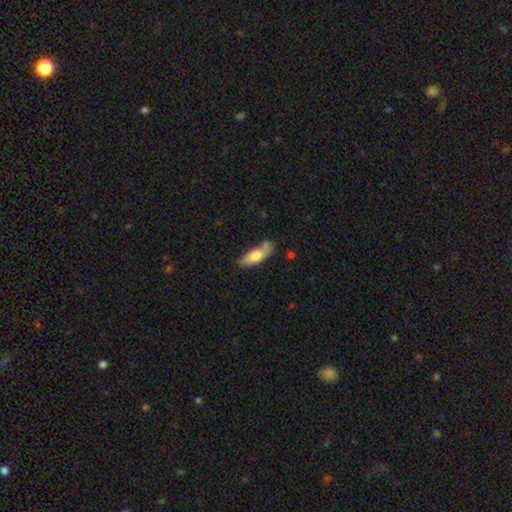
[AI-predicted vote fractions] smooth_or_featured: smooth (p=0.67) [alt: featured or disk p=0.27]
how_rounded: in between (p=0.61) [alt: cigar-shaped p=0.36]
merging: none (p=0.63) [alt: minor disturbance p=0.22]